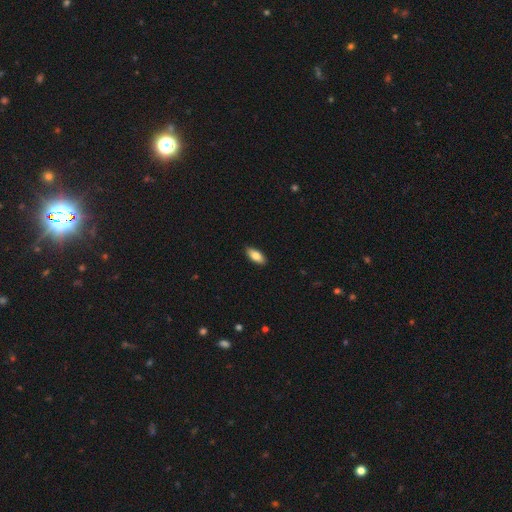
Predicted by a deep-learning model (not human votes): smooth-or-featured: smooth: 81% | featured or disk: 13% | star or artifact: 6%
  how-rounded: in between: 85% | cigar-shaped: 12% | round: 2%
  merging: none: 89% | minor disturbance: 9% | major disturbance: 2% | merger: 1%